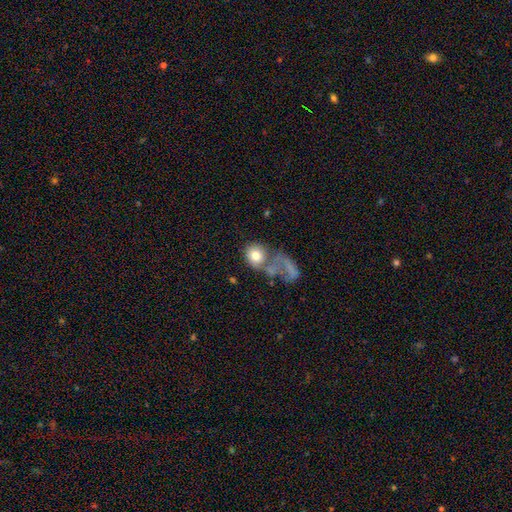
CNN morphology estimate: Overall: smooth (74%). How rounded: round (65%; in between 33%). Merging: merger (34%; none 28%).